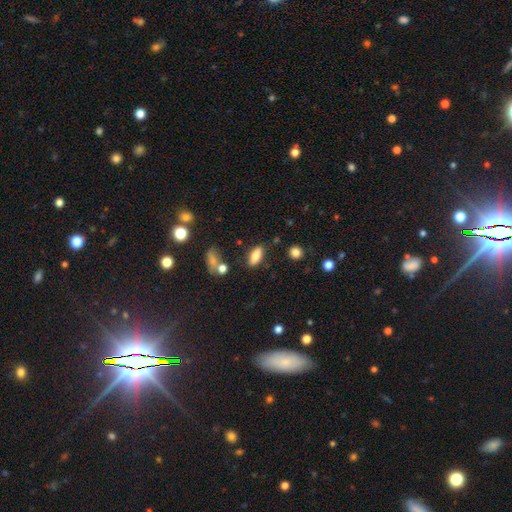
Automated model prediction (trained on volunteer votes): smooth_or_featured: smooth (p=0.80) [alt: featured or disk p=0.11]
how_rounded: in between (p=0.76) [alt: cigar-shaped p=0.21]
merging: none (p=0.76) [alt: minor disturbance p=0.14]